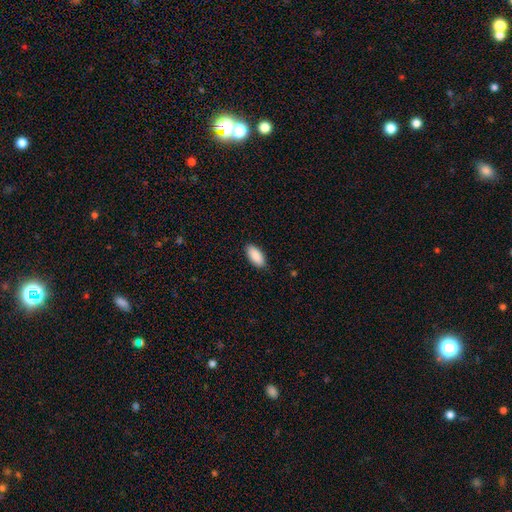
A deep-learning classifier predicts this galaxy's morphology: Smooth or featured: smooth — 91% (star or artifact — 6%)
How rounded: in between — 91% (cigar-shaped — 8%)
Merging: none — 89% (minor disturbance — 8%)